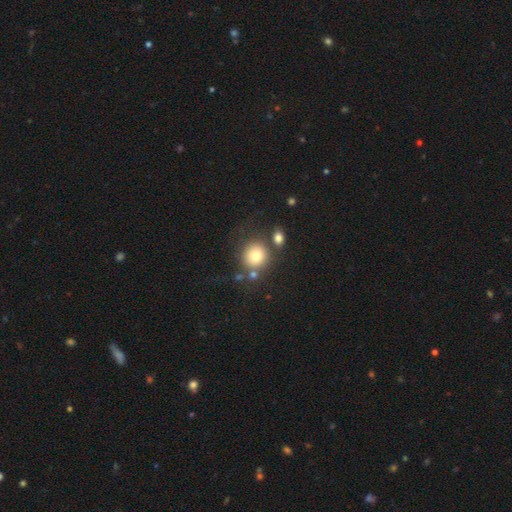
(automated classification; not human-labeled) Overall: smooth (78%). How rounded: round (87%). Merging: none (66%).